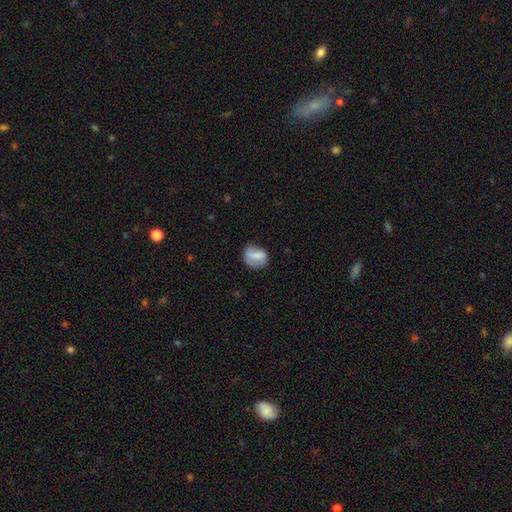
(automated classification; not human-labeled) Smooth or featured? Predicted: smooth (p=0.64). How rounded? Predicted: round (p=0.59). Merging? Predicted: none (p=0.60).